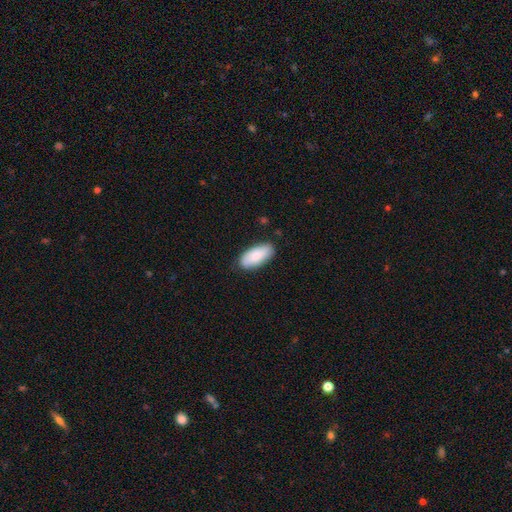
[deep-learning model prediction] Smooth or featured? smooth (82%)
How rounded? in between (89%)
Merging? none (82%)